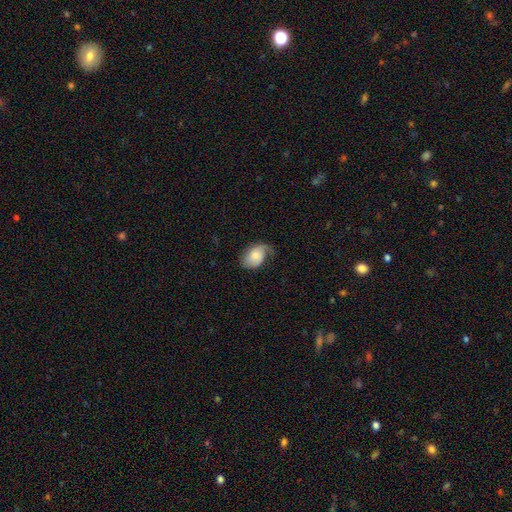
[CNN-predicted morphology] smooth_or_featured: smooth (p=0.51) [alt: featured or disk p=0.42]
how_rounded: in between (p=0.82) [alt: round p=0.17]
merging: none (p=0.43) [alt: minor disturbance p=0.32]